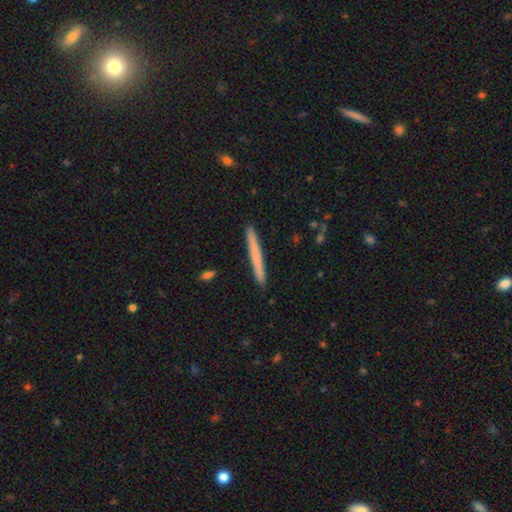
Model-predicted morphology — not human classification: Smooth or featured?
  - smooth: 61% *
  - featured or disk: 33%
  - star or artifact: 6%
How rounded?
  - cigar-shaped: 97% *
  - in between: 2%
  - round: 1%
Merging?
  - none: 92% *
  - minor disturbance: 5%
  - major disturbance: 1%
  - merger: 1%